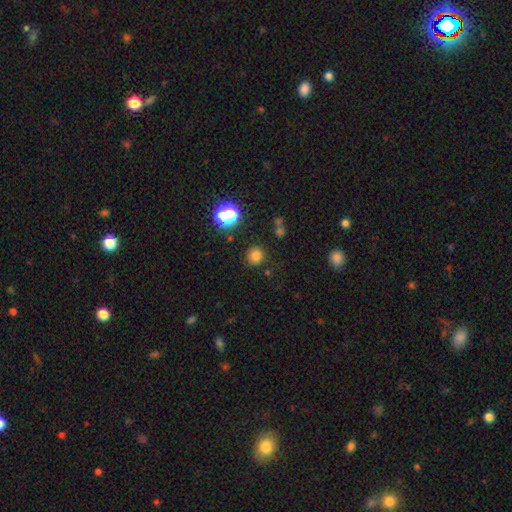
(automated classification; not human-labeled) This is likely a smooth galaxy (77%). How rounded: clearly round (90%). Merging: clearly none (87%).